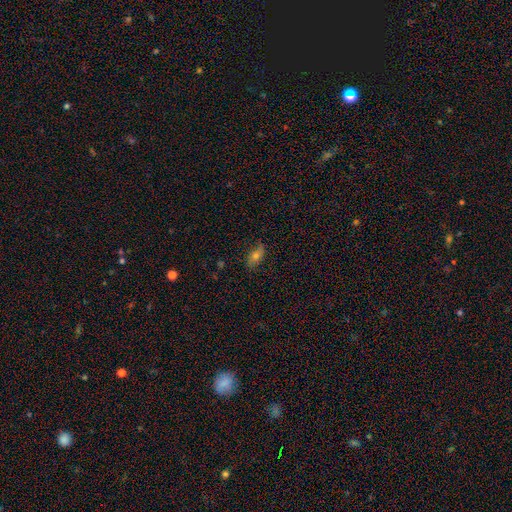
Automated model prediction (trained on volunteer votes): Q: Smooth or featured?
A: smooth (59%); runner-up: featured or disk (30%)
Q: How rounded?
A: in between (81%); runner-up: cigar-shaped (12%)
Q: Merging?
A: none (76%); runner-up: minor disturbance (19%)